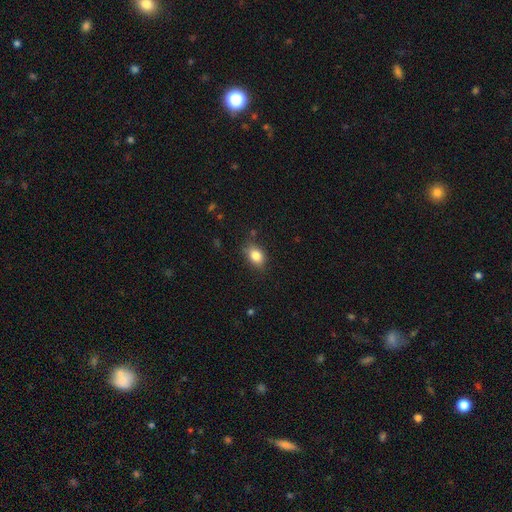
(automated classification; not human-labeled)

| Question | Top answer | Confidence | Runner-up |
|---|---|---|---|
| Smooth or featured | smooth | 83% | star or artifact (9%) |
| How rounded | in between | 74% | round (24%) |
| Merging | none | 75% | minor disturbance (19%) |